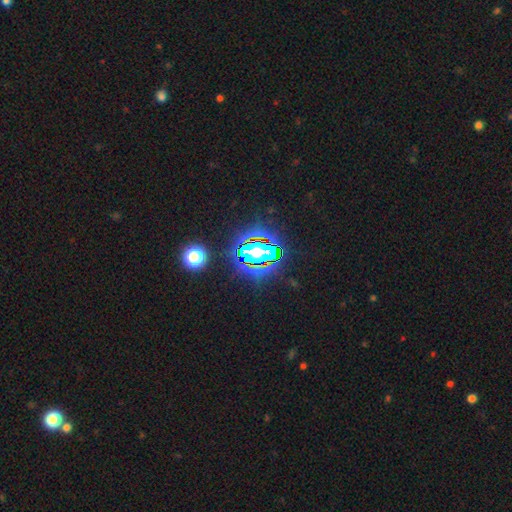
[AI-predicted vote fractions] This is clearly a star or artifact rather than a galaxy (81%).